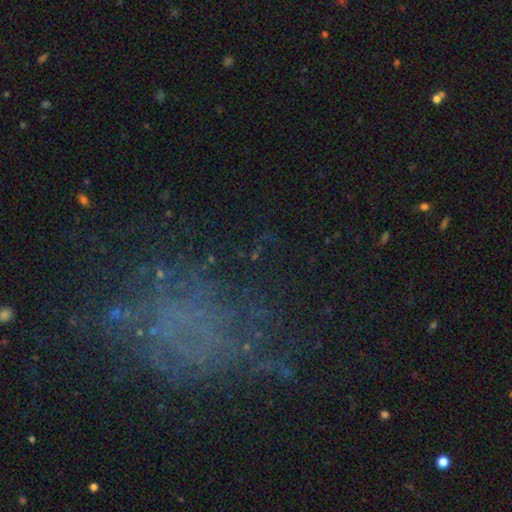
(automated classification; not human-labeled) This appears to be a featured or disk galaxy (39%). Merging: none (53%).